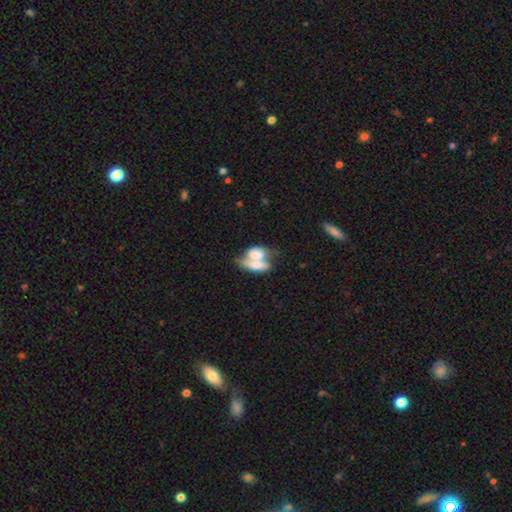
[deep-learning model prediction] A smooth galaxy with no disk features (65%) that is in between round and cigar-shaped (81%).

Vote fractions:
- Smooth or featured? smooth: 65% / featured or disk: 28% / star or artifact: 7%
- How rounded? in between: 81% / round: 11% / cigar-shaped: 8%
- Merging? merger: 72% / none: 16% / minor disturbance: 7% / major disturbance: 6%